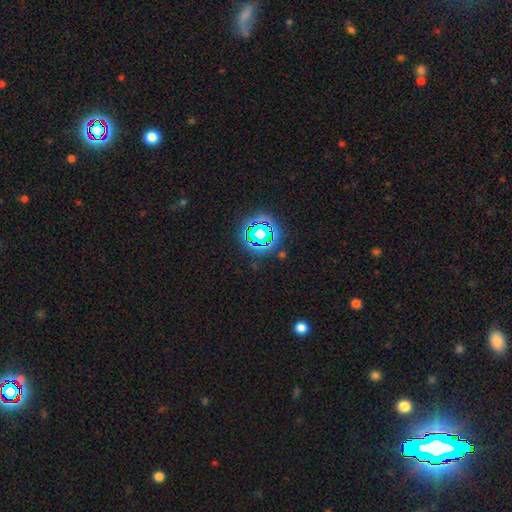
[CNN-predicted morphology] Q: Smooth or featured?
A: star or artifact (79%); runner-up: smooth (14%)